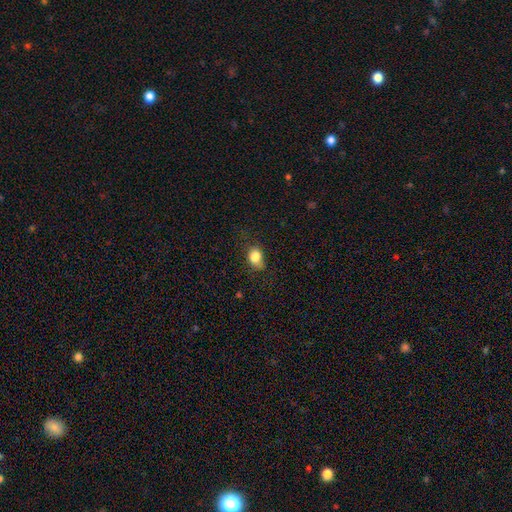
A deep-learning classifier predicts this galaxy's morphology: Q: Smooth or featured?
A: smooth (83%); runner-up: star or artifact (10%)
Q: How rounded?
A: in between (59%); runner-up: round (40%)
Q: Merging?
A: none (58%); runner-up: minor disturbance (29%)